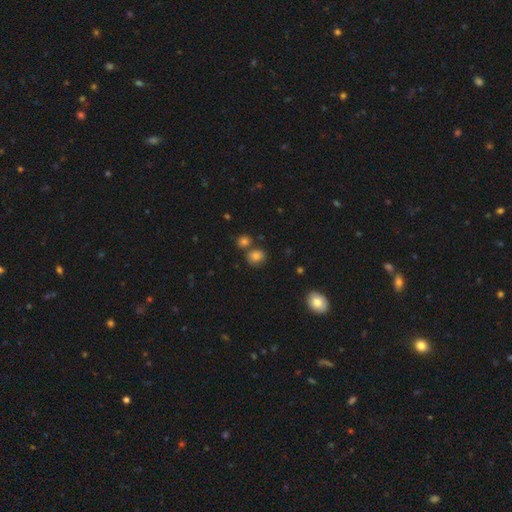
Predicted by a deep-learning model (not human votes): Smooth or featured: smooth — 80% (star or artifact — 12%)
How rounded: round — 65% (in between — 34%)
Merging: none — 65% (merger — 20%)